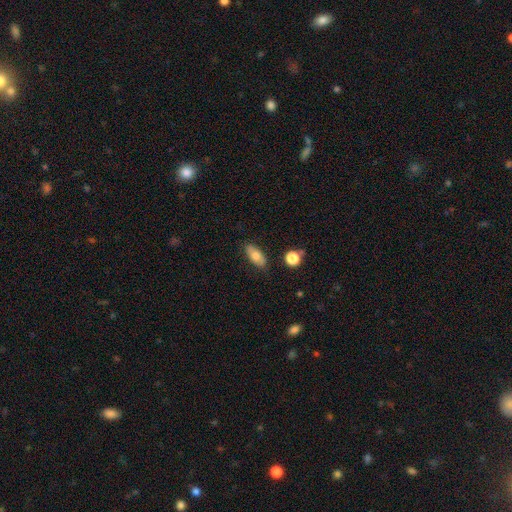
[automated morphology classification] The model was most divided on "smooth or featured": smooth: 72%, featured or disk: 20%, star or artifact: 8%. More confident: how rounded — in between (86%); merging — none (82%).